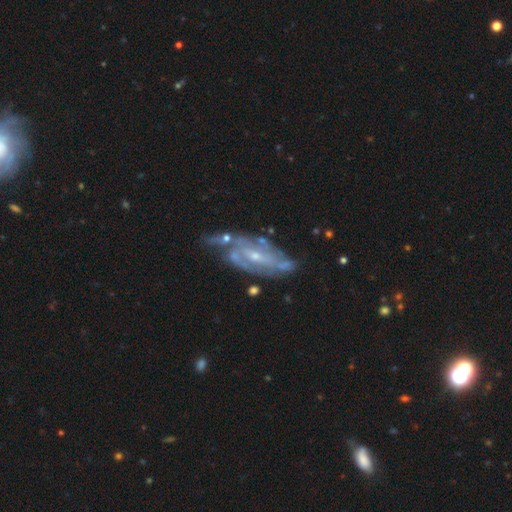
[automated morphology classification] smooth_or_featured: featured or disk (p=0.81) [alt: smooth p=0.11]
disk_edge_on: no (p=0.89) [alt: yes p=0.11]
bar: weak (p=0.42) [tied with: no p=0.42]
has_spiral_arms: yes (p=0.83) [alt: no p=0.17]
spiral_winding: tight (p=0.45) [alt: medium p=0.40]
spiral_arm_count: can't tell (p=0.39) [alt: 2 p=0.36]
bulge_size: small (p=0.64) [alt: moderate p=0.31]
merging: none (p=0.52) [alt: minor disturbance p=0.23]